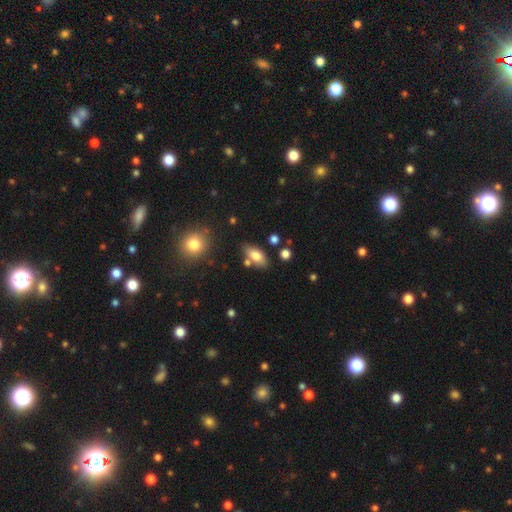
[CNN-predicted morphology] Q: Smooth or featured?
A: smooth (78%); runner-up: featured or disk (14%)
Q: How rounded?
A: in between (86%); runner-up: cigar-shaped (10%)
Q: Merging?
A: none (74%); runner-up: minor disturbance (14%)